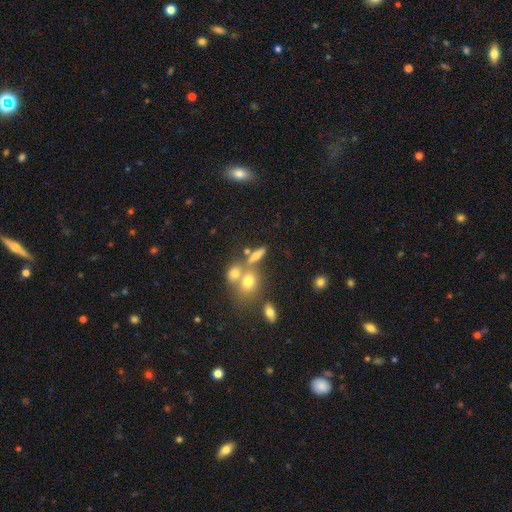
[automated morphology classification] type=smooth (63%); roundness=in between (44%); merging=none (52%).